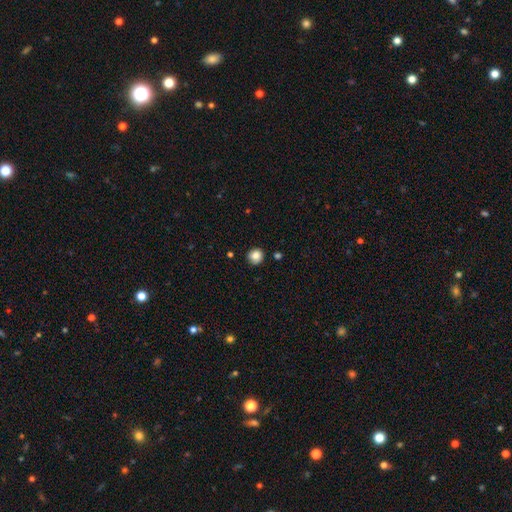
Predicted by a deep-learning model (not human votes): Smooth or featured?
  - smooth: 85% *
  - star or artifact: 10%
  - featured or disk: 5%
How rounded?
  - round: 92% *
  - in between: 7%
  - cigar-shaped: 1%
Merging?
  - none: 89% *
  - minor disturbance: 8%
  - major disturbance: 2%
  - merger: 2%